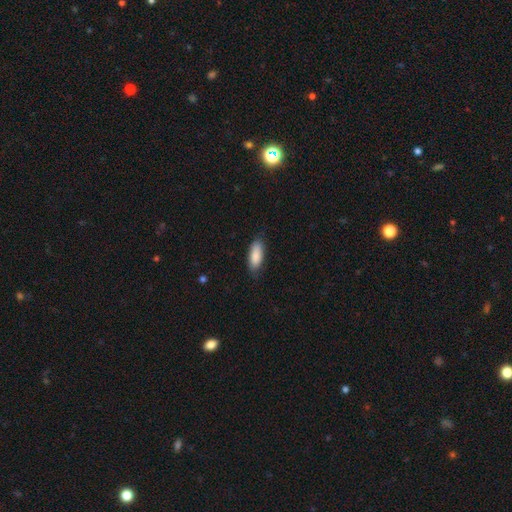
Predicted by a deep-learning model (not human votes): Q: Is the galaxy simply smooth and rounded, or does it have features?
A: smooth — 87%.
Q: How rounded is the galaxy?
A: in between — 76%.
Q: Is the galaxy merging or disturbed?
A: none — 79%.